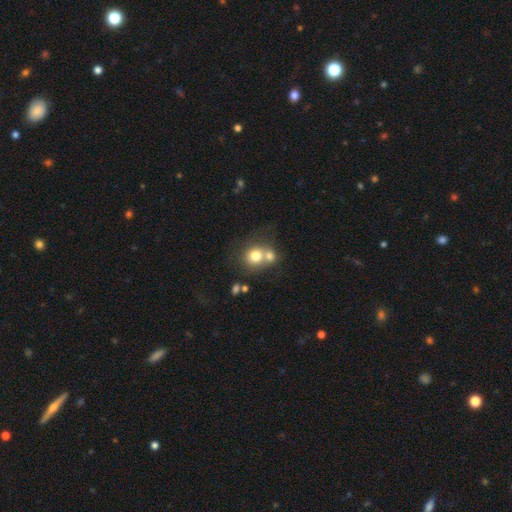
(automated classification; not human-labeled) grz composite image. It shows a smooth galaxy with no disk features (74%) that is round (81%). Merging: merger (51%).